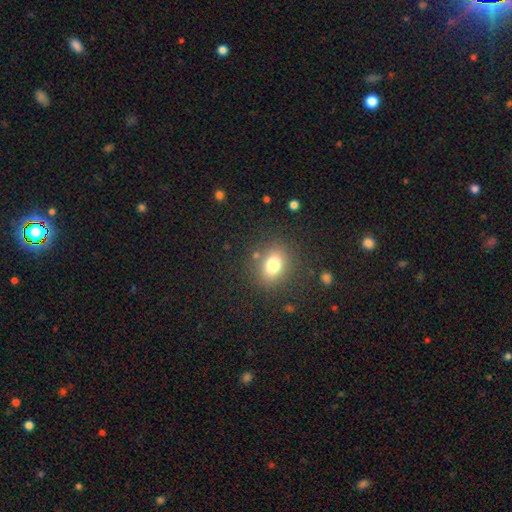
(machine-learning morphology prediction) type=smooth (77%); roundness=in between (62%); merging=none (84%).